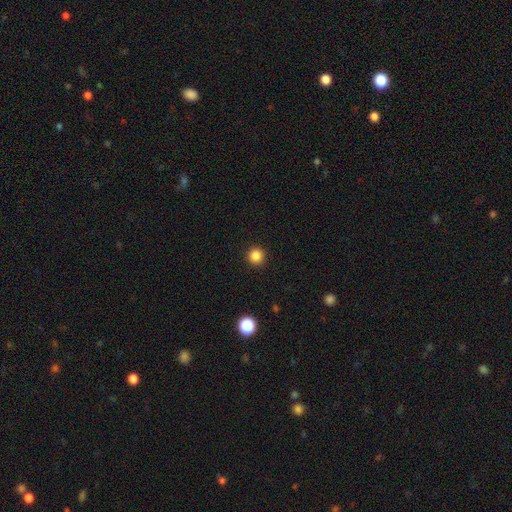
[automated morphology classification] Smooth or featured: smooth — 85% (star or artifact — 12%)
How rounded: round — 95% (in between — 4%)
Merging: none — 92% (minor disturbance — 5%)